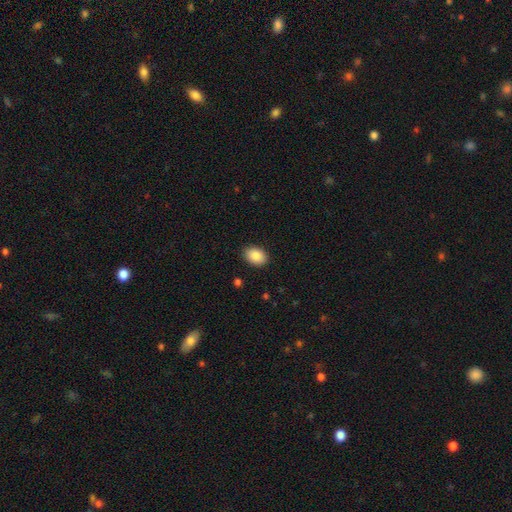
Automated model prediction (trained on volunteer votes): This appears to be a smooth galaxy with no disk features (89%) that is in between round and cigar-shaped (80%). Merging: none (89%).